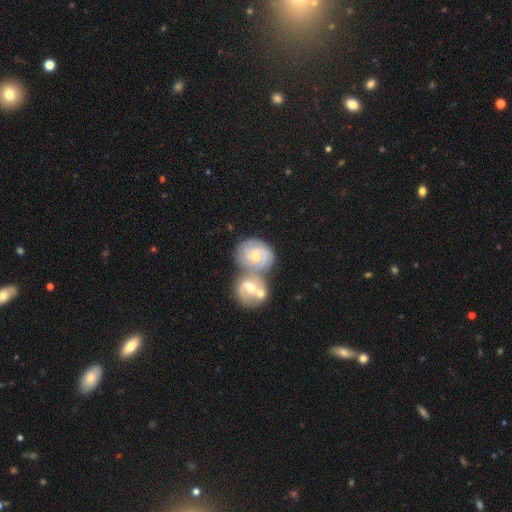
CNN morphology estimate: Smooth or featured: featured or disk — 71% (smooth — 22%)
Edge-on disk: no — 97% (yes — 3%)
Bar: no — 59% (weak — 33%)
Spiral arms: yes — 89% (no — 11%)
Spiral winding: tight — 66% (medium — 28%)
Spiral arm count: can't tell — 32% (3 — 28%)
Bulge size: moderate — 61% (small — 34%)
Merging: merger — 58% (none — 30%)